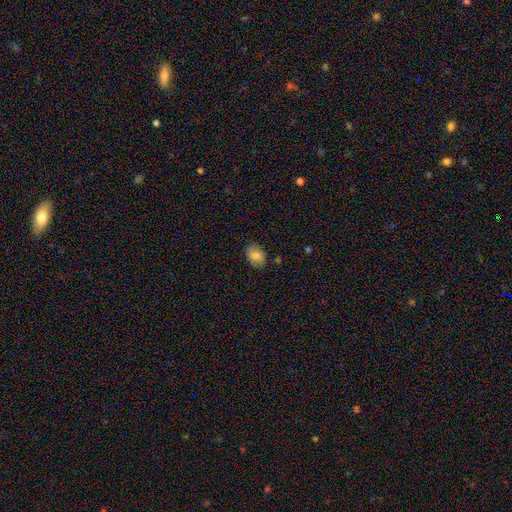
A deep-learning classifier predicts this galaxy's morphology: Q: Smooth or featured?
A: smooth (82%); runner-up: featured or disk (9%)
Q: How rounded?
A: in between (73%); runner-up: round (25%)
Q: Merging?
A: none (81%); runner-up: minor disturbance (15%)